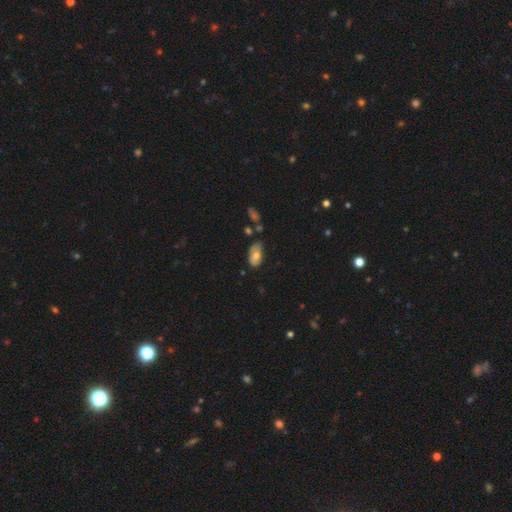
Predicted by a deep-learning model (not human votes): Smooth or featured?
  - smooth: 66% *
  - featured or disk: 25%
  - star or artifact: 8%
How rounded?
  - in between: 92% *
  - round: 5%
  - cigar-shaped: 3%
Merging?
  - none: 48% *
  - minor disturbance: 35%
  - major disturbance: 10%
  - merger: 7%